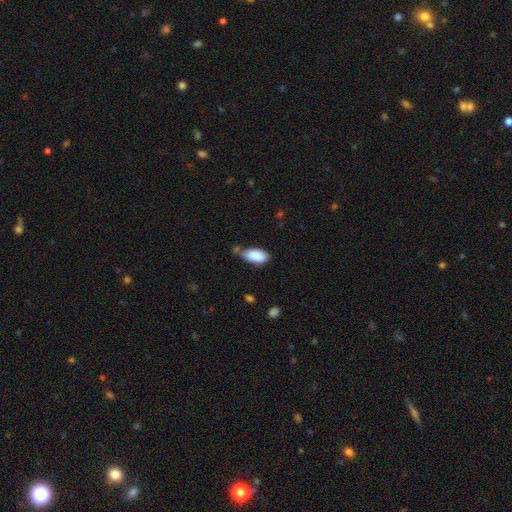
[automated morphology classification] Smooth or featured? Predicted: smooth (p=0.89). How rounded? Predicted: in between (p=0.93). Merging? Predicted: none (p=0.57).